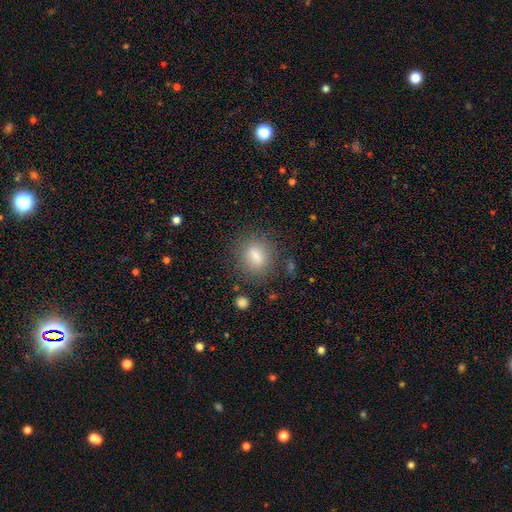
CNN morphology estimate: A smooth galaxy with no disk features (81%) that is round (53%).

Vote fractions:
- Smooth or featured? smooth: 81% / star or artifact: 10% / featured or disk: 9%
- How rounded? round: 53% / in between: 45% / cigar-shaped: 2%
- Merging? none: 84% / minor disturbance: 10% / major disturbance: 4% / merger: 2%